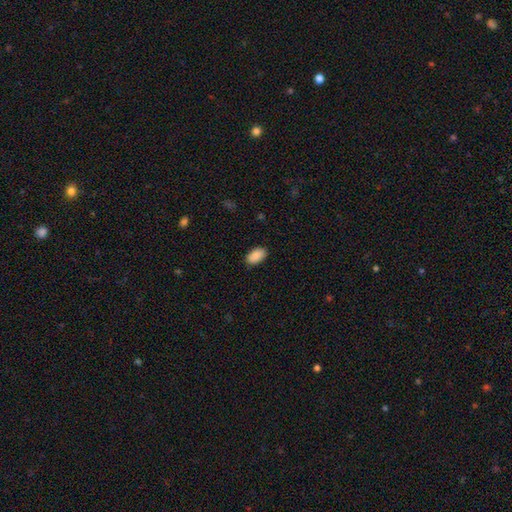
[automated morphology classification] Q: Smooth or featured?
A: smooth (91%); runner-up: star or artifact (6%)
Q: How rounded?
A: in between (94%); runner-up: round (4%)
Q: Merging?
A: none (87%); runner-up: minor disturbance (10%)